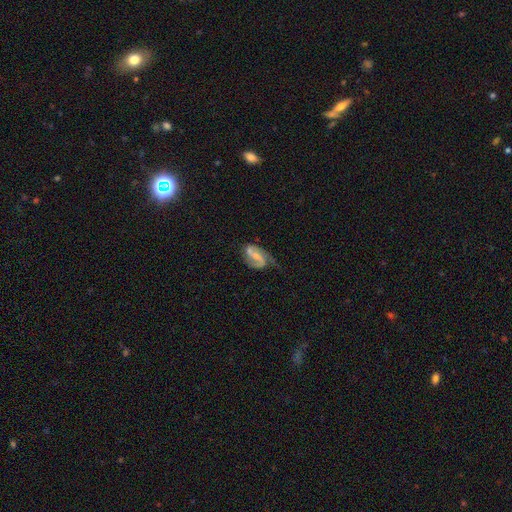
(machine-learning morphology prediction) A featured or disk galaxy (81%) with a weak bar (45%), 2 (82%) medium (45%) spiral arms (94%) and a small central bulge (50%). Merging: none (47%).